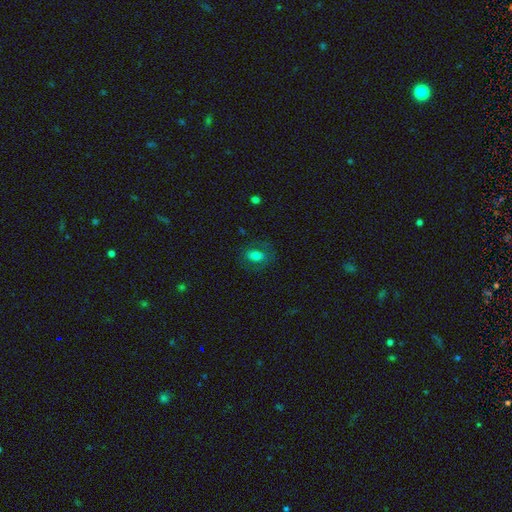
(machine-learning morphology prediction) smooth-or-featured: smooth: 67% | featured or disk: 22% | star or artifact: 11%
  how-rounded: in between: 71% | round: 28% | cigar-shaped: 2%
  merging: none: 71% | minor disturbance: 16% | major disturbance: 11% | merger: 1%